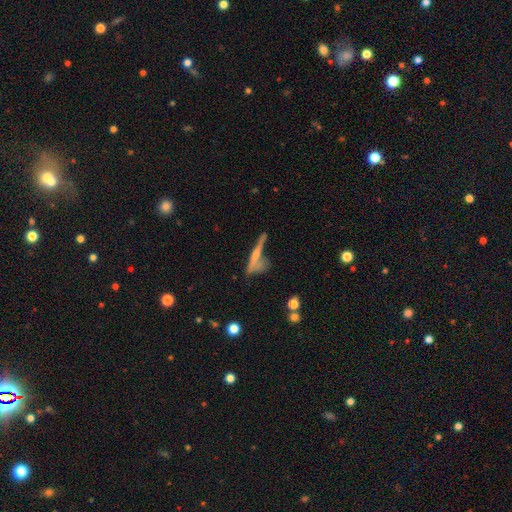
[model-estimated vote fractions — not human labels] smooth_or_featured: featured or disk (p=0.49) [alt: smooth p=0.41]
merging: none (p=0.42) [alt: merger p=0.28]